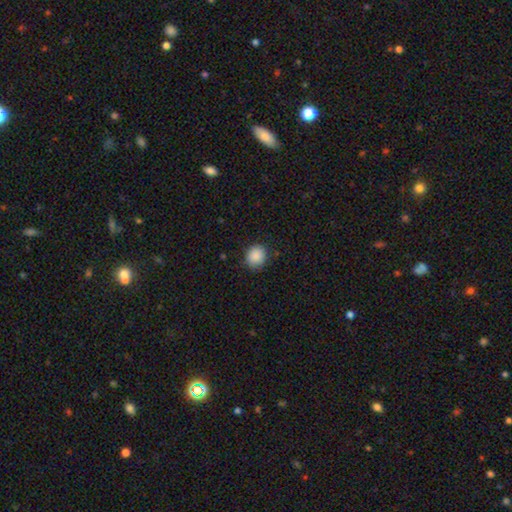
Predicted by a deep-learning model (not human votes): A smooth galaxy with no disk features (89%) that is round (78%). Merging: none (85%).